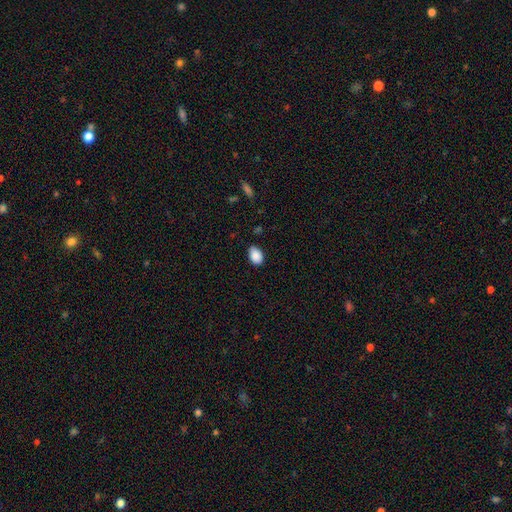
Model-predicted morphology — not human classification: Smooth or featured?
  - smooth: 89% *
  - star or artifact: 8%
  - featured or disk: 3%
How rounded?
  - in between: 85% *
  - round: 14%
  - cigar-shaped: 1%
Merging?
  - none: 78% *
  - minor disturbance: 18%
  - major disturbance: 3%
  - merger: 1%